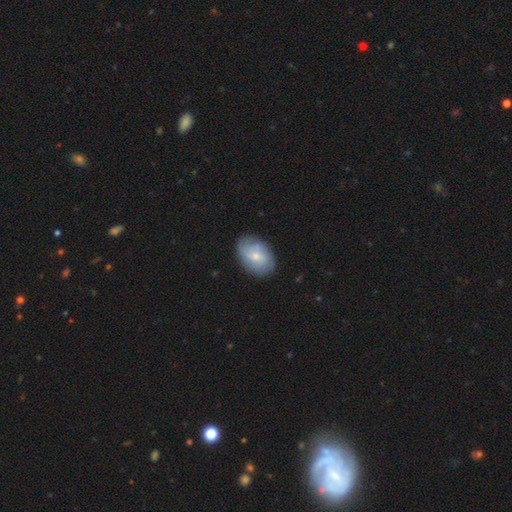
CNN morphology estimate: Overall: smooth (62%; featured or disk 31%). How rounded: in between (85%). Merging: none (79%).